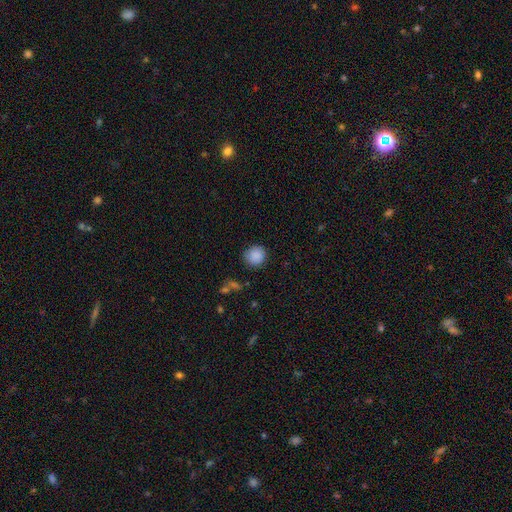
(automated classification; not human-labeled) smooth 88%, star or artifact 9%, featured or disk 3%. Down the decision tree: how rounded — round (91%); merging — none (85%).